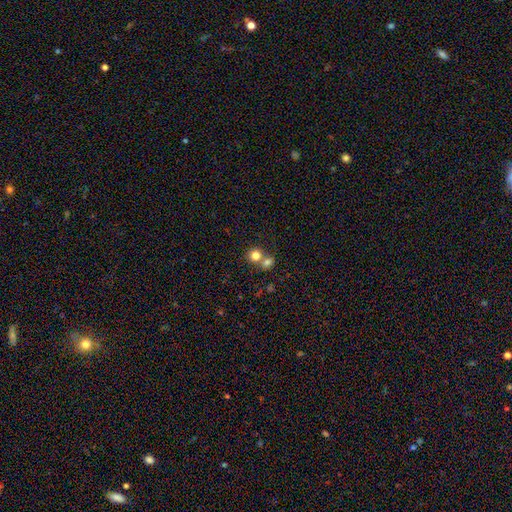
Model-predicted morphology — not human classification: type=smooth (80%); roundness=round (83%); merging=merger (50%).